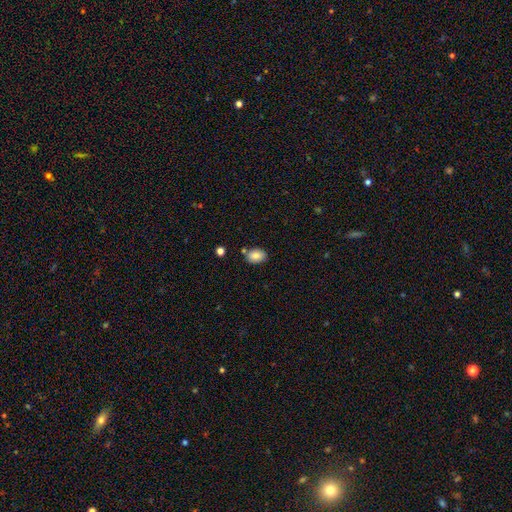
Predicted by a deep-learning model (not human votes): Smooth or featured?
  - smooth: 84% *
  - star or artifact: 8%
  - featured or disk: 8%
How rounded?
  - in between: 78% *
  - round: 21%
  - cigar-shaped: 1%
Merging?
  - none: 79% *
  - minor disturbance: 12%
  - merger: 7%
  - major disturbance: 3%